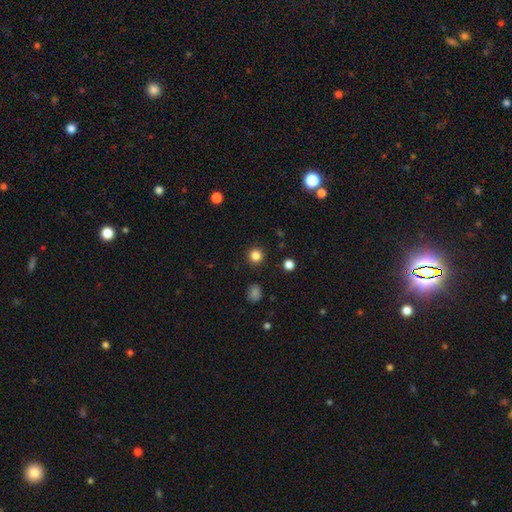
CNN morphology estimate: This appears to be a smooth galaxy with no disk features (84%) that is round (94%). Merging: none (92%).